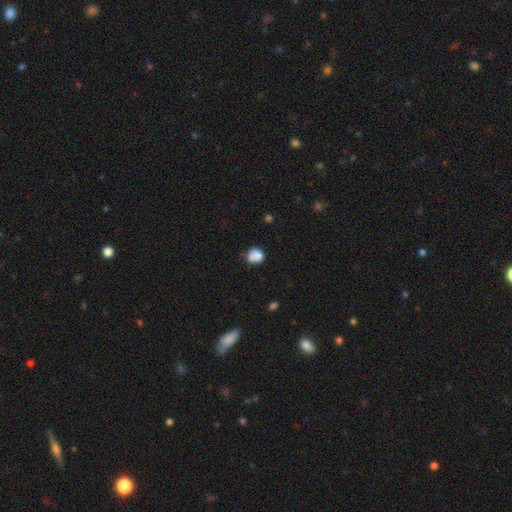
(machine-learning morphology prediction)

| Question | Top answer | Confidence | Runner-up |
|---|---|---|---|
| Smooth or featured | smooth | 79% | featured or disk (11%) |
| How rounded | round | 77% | in between (22%) |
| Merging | none | 51% | minor disturbance (22%) |